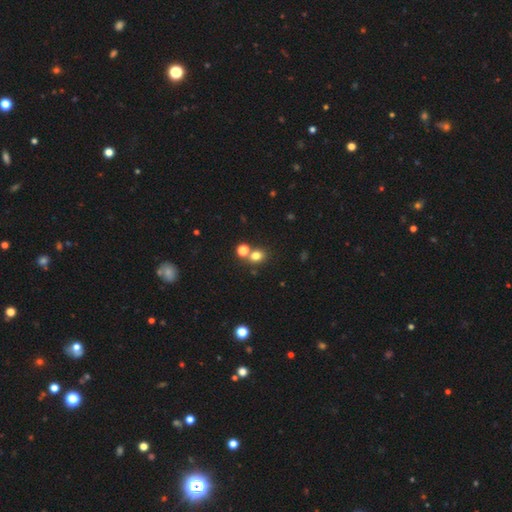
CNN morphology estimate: This appears to be a smooth galaxy with no disk features (75%) that is round (69%). Merging: none (63%).